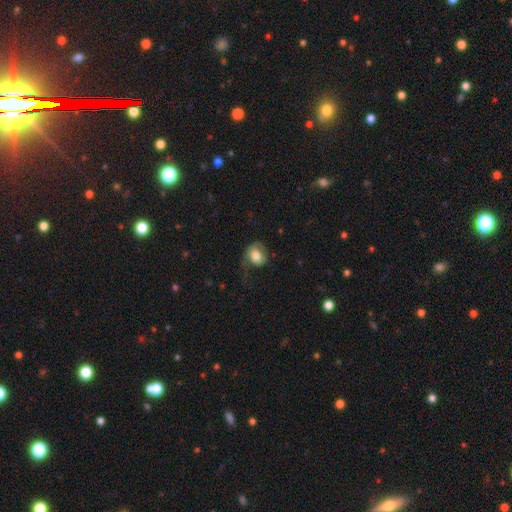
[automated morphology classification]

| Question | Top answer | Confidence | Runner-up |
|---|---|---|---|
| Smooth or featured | smooth | 68% | featured or disk (25%) |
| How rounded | round | 52% | in between (47%) |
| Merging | major disturbance | 38% | none (34%) |